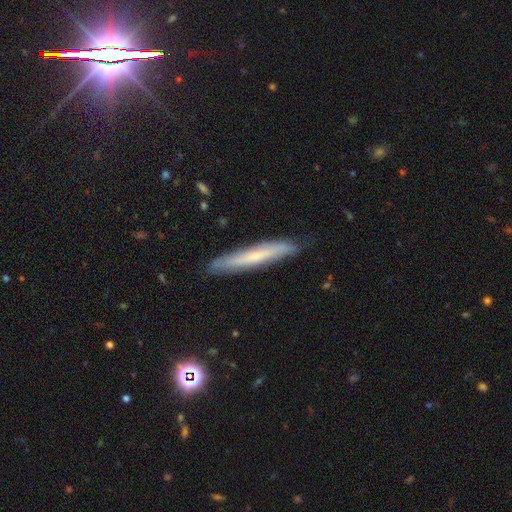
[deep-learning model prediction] A smooth galaxy with no disk features (50%). Merging: none (85%).